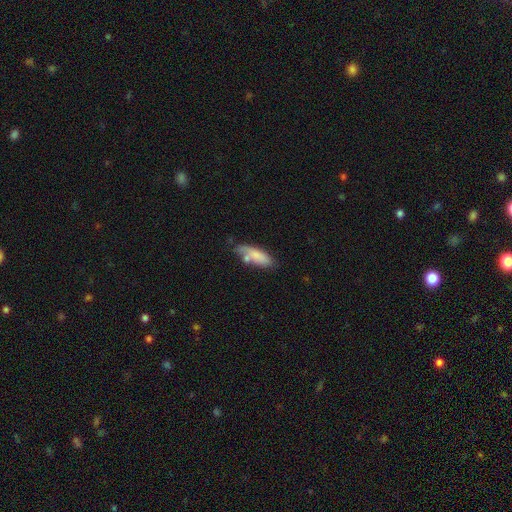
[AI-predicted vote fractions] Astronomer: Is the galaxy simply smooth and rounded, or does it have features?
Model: smooth — 77%.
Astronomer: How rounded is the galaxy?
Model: in between — 61% (runner-up: cigar-shaped, 37%).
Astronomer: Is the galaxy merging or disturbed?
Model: none — 53%.